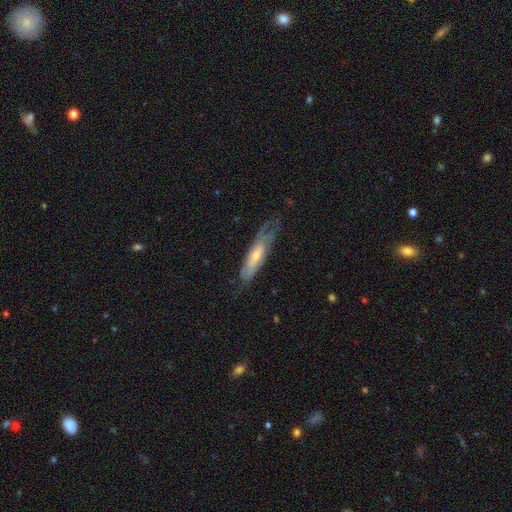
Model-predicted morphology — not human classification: This appears to be a featured or disk galaxy (60%). Merging: none (57%).